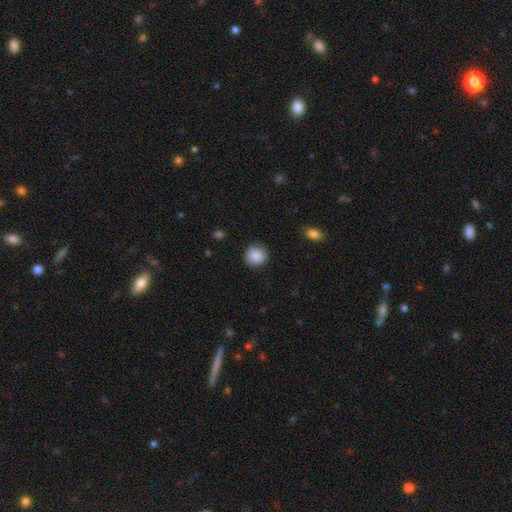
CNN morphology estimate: smooth-or-featured: smooth: 88% | star or artifact: 8% | featured or disk: 5%
  how-rounded: round: 90% | in between: 9% | cigar-shaped: 1%
  merging: none: 86% | minor disturbance: 10% | major disturbance: 3% | merger: 1%